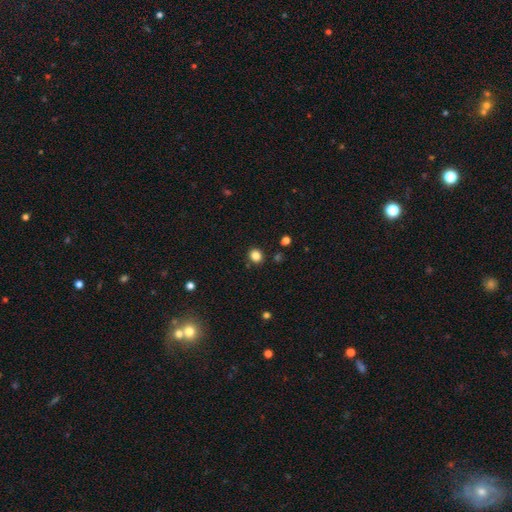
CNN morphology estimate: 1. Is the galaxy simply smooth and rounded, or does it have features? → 84% smooth, 12% star or artifact, 4% featured or disk.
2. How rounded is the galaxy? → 75% round, 24% in between, 1% cigar-shaped.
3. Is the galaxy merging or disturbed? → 88% none, 7% minor disturbance, 3% merger, 2% major disturbance.